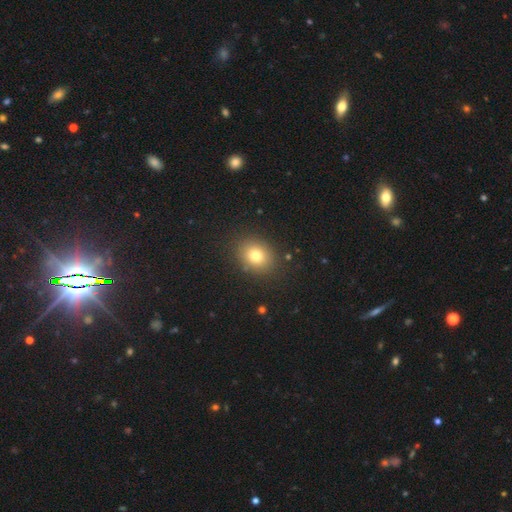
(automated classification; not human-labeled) Smooth or featured? smooth (78%)
How rounded? round (52%)
Merging? none (87%)